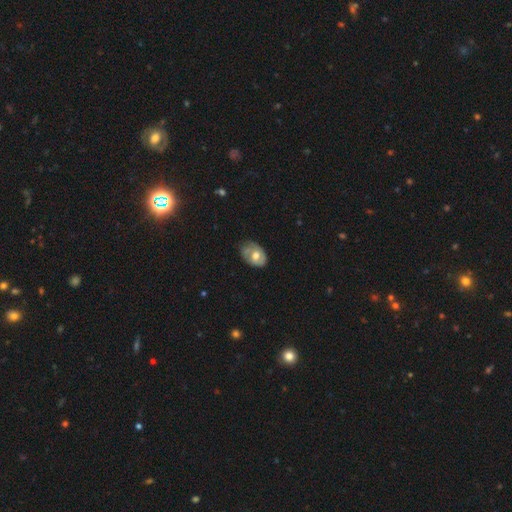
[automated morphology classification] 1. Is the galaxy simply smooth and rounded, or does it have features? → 50% smooth, 44% featured or disk, 7% star or artifact.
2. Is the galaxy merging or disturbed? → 55% none, 34% minor disturbance, 9% major disturbance, 2% merger.